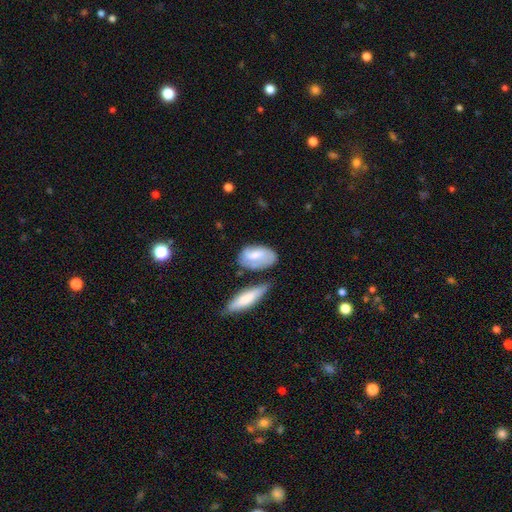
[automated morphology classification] smooth 56%, featured or disk 38%, star or artifact 6%. Down the decision tree: how rounded — in between (89%); merging — none (48%).